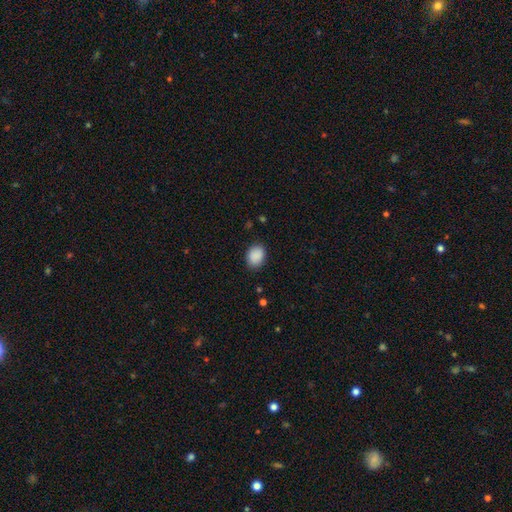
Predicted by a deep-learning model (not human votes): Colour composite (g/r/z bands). It shows a smooth galaxy with no disk features (90%) that is in between round and cigar-shaped (66%). Merging: none (86%).